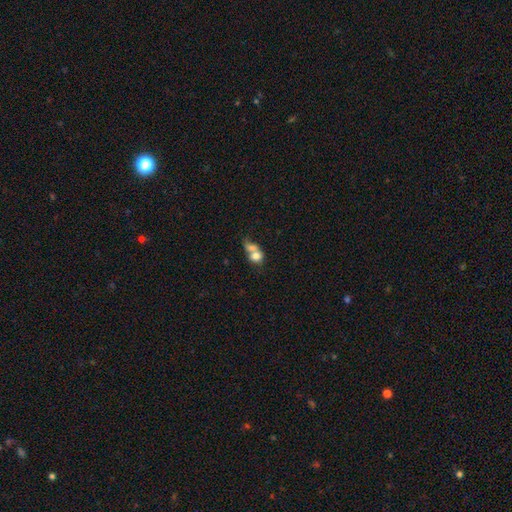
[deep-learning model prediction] Overall: smooth (71%). How rounded: round (53%; in between 44%). Merging: merger (68%).